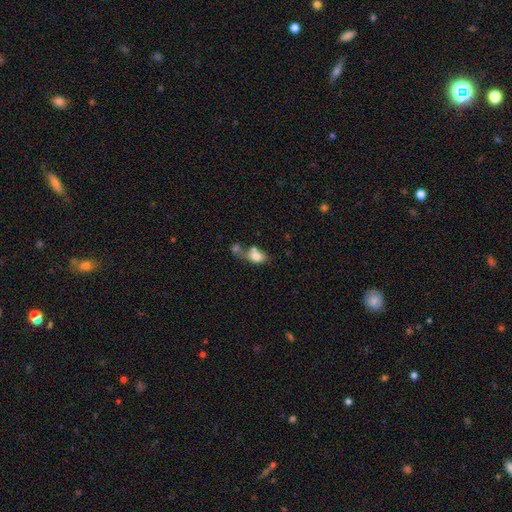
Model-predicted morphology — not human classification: smooth 75%, featured or disk 16%, star or artifact 9%. Down the decision tree: how rounded — in between (73%); merging — merger (51%).